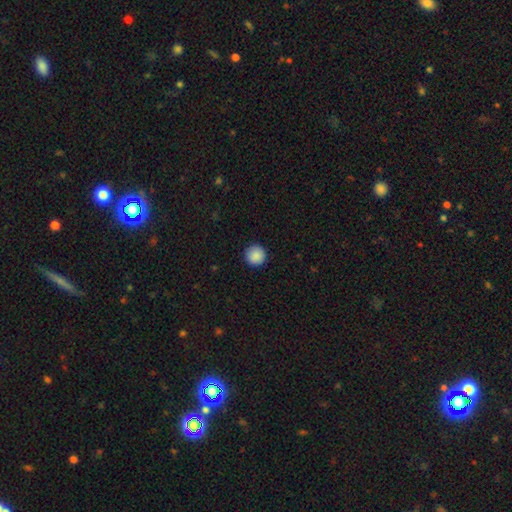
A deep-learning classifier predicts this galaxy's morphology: A smooth galaxy with no disk features (89%) that is round (96%). Merging: none (92%).